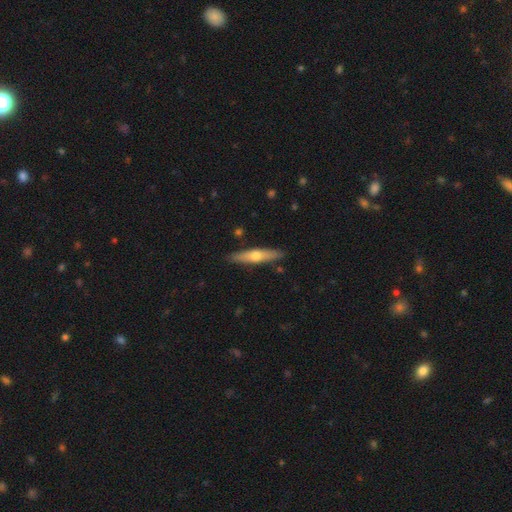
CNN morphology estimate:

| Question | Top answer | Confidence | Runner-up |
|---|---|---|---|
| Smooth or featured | featured or disk | 50% | smooth (44%) |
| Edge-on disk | yes | 89% | no (11%) |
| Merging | none | 89% | minor disturbance (8%) |